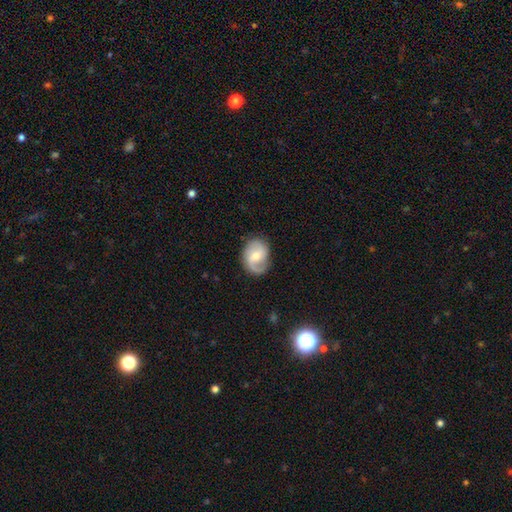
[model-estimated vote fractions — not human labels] This is likely a featured or disk galaxy (69%). It is clearly not viewed edge-on (97%). Bar: possibly weak (46%). Spiral arm pattern: clearly yes (91%). Spiral arm count: likely 2 (67%). Spiral winding: marginally medium (43%). Central bulge: possibly moderate (58%). Merging: likely none (71%).